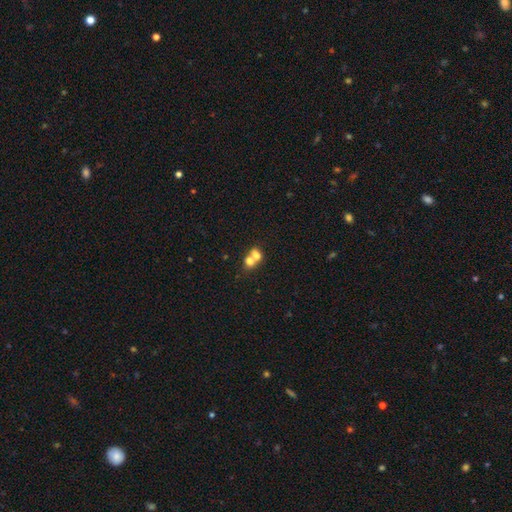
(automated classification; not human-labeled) Smooth or featured? smooth (71%)
How rounded? round (52%)
Merging? merger (70%)